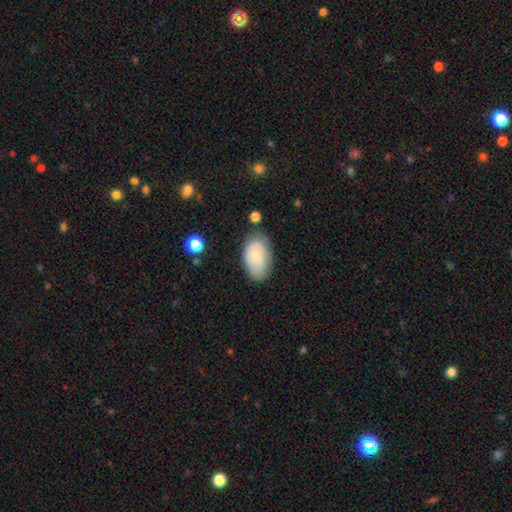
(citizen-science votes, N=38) A smooth galaxy with no disk features (66%) that is in between round and cigar-shaped (92%). Merging: none (71%).